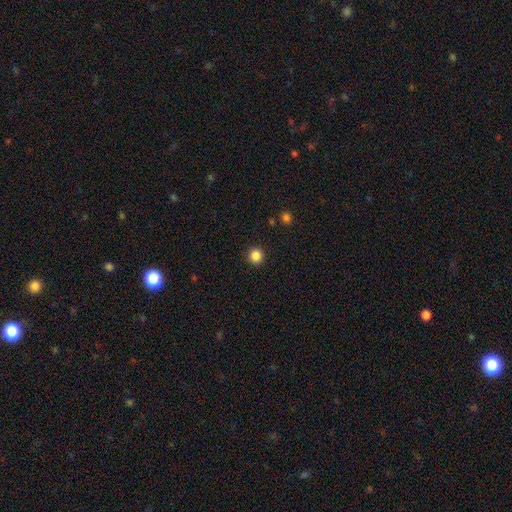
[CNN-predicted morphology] Q: Smooth or featured?
A: smooth (86%); runner-up: star or artifact (11%)
Q: How rounded?
A: round (94%); runner-up: in between (5%)
Q: Merging?
A: none (92%); runner-up: minor disturbance (5%)